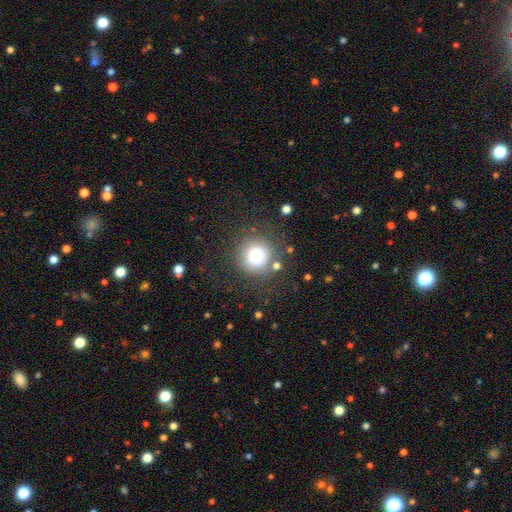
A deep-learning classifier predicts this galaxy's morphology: This is likely a smooth galaxy (70%). How rounded: clearly round (95%). Merging: likely none (78%).